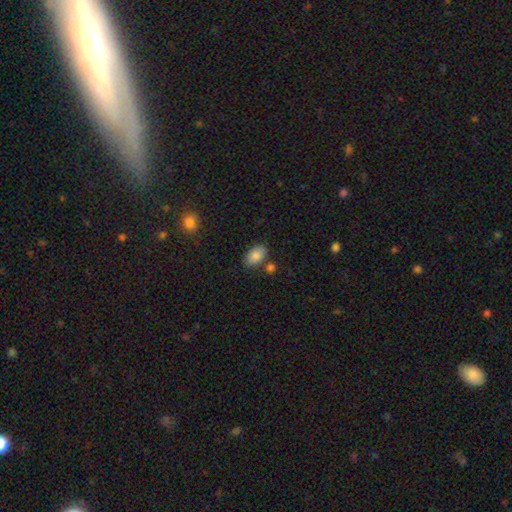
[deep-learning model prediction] Morphology: type=smooth (86%); roundness=in between (92%); merging=none (75%).